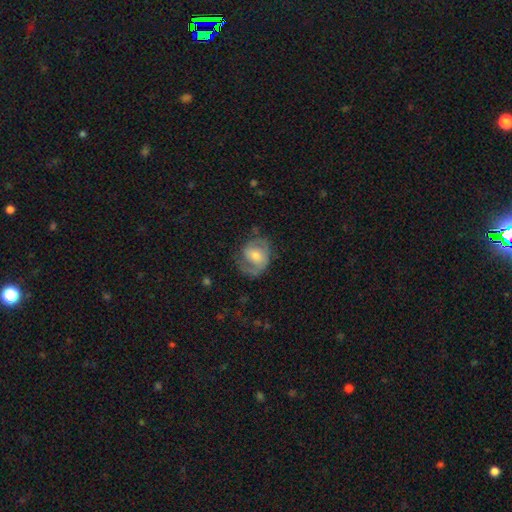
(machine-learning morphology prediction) The model was most divided on "bar": no: 56%, weak: 35%, strong: 9%. More confident: edge-on disk — no (97%); spiral arms — yes (80%); smooth or featured — featured or disk (59%); merging — none (53%); bulge size — moderate (52%).